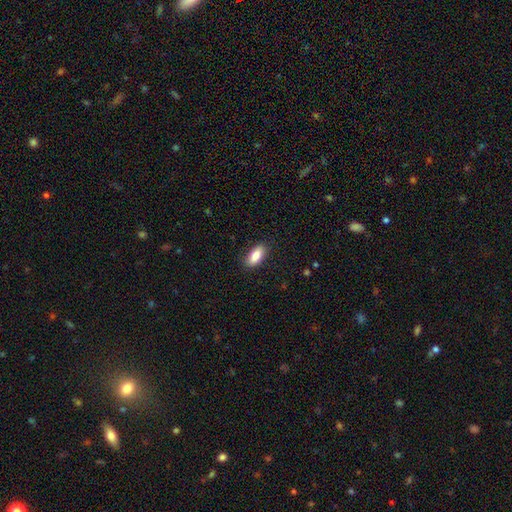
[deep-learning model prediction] Smooth or featured?
  - smooth: 85% *
  - featured or disk: 8%
  - star or artifact: 7%
How rounded?
  - in between: 87% *
  - cigar-shaped: 10%
  - round: 3%
Merging?
  - none: 86% *
  - minor disturbance: 10%
  - major disturbance: 2%
  - merger: 1%